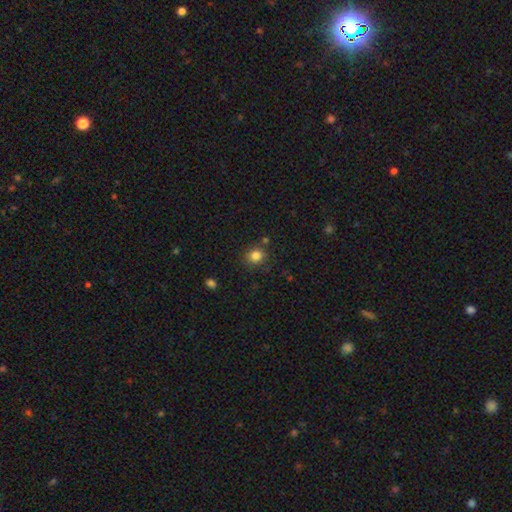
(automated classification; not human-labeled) Morphology: type=smooth (83%); roundness=round (83%); merging=none (82%).